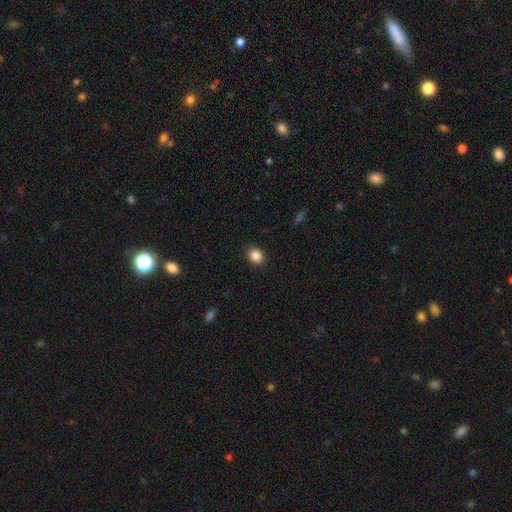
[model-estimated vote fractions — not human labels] The model was most divided on "how rounded": round: 56%, in between: 43%, cigar-shaped: 1%. More confident: merging — none (91%); smooth or featured — smooth (87%).